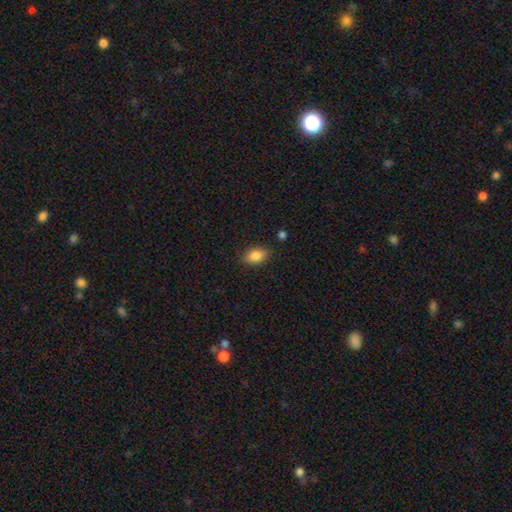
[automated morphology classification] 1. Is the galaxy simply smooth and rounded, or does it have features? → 86% smooth, 8% star or artifact, 6% featured or disk.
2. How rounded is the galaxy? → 85% in between, 13% round, 2% cigar-shaped.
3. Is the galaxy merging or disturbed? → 84% none, 11% minor disturbance, 3% major disturbance, 2% merger.